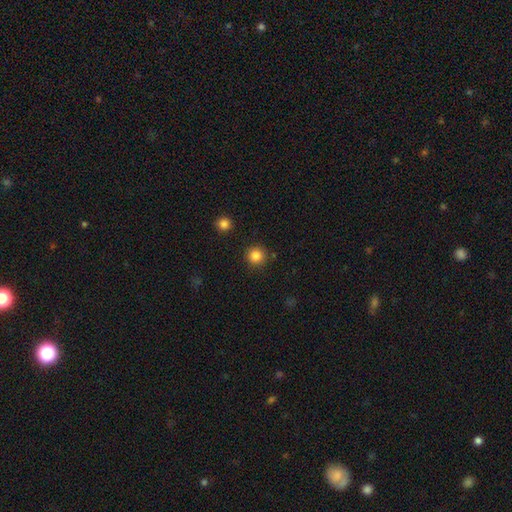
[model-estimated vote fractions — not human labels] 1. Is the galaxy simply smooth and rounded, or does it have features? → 85% smooth, 11% star or artifact, 4% featured or disk.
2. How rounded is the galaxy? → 94% round, 5% in between, 1% cigar-shaped.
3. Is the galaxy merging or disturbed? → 89% none, 6% minor disturbance, 2% merger, 2% major disturbance.